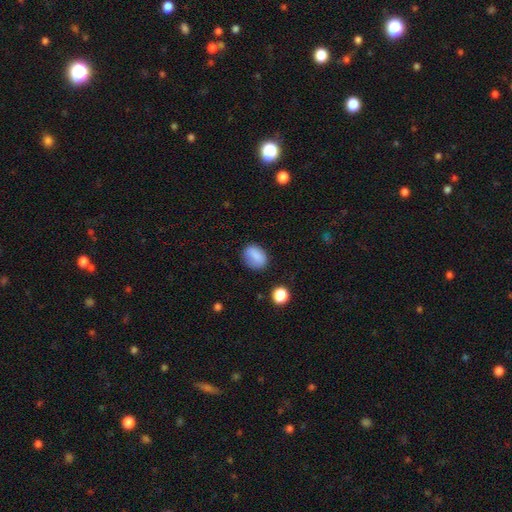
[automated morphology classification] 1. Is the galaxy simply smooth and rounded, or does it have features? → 83% smooth, 9% star or artifact, 8% featured or disk.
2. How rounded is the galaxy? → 60% in between, 38% round, 1% cigar-shaped.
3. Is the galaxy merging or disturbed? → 75% none, 18% minor disturbance, 5% major disturbance, 2% merger.